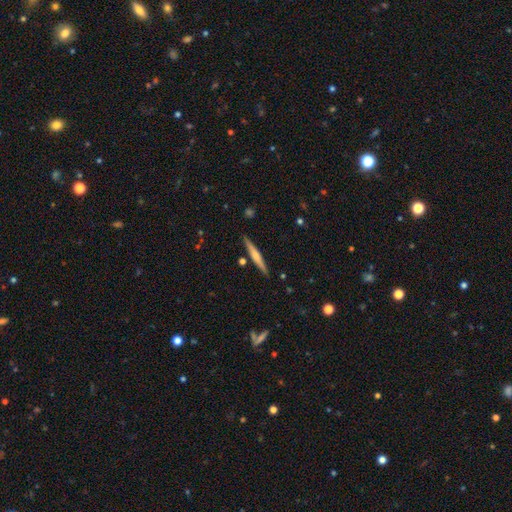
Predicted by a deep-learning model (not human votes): Smooth or featured?
  - featured or disk: 52% *
  - smooth: 43%
  - star or artifact: 6%
Edge-on disk?
  - yes: 97% *
  - no: 3%
Edge-on bulge?
  - rounded: 58% *
  - none: 29%
  - boxy: 13%
Merging?
  - none: 88% *
  - minor disturbance: 8%
  - merger: 2%
  - major disturbance: 2%